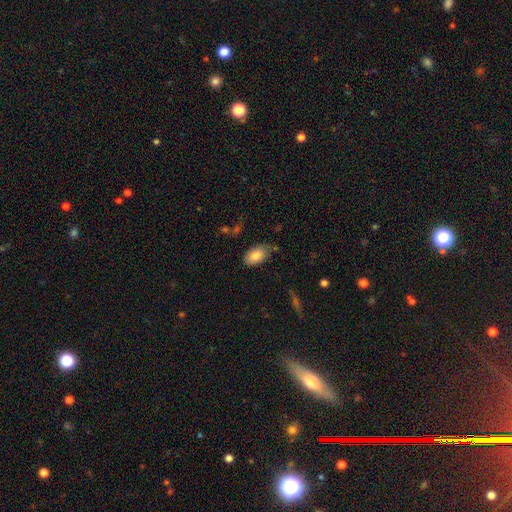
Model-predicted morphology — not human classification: Smooth or featured? smooth (84%)
How rounded? in between (93%)
Merging? none (71%)